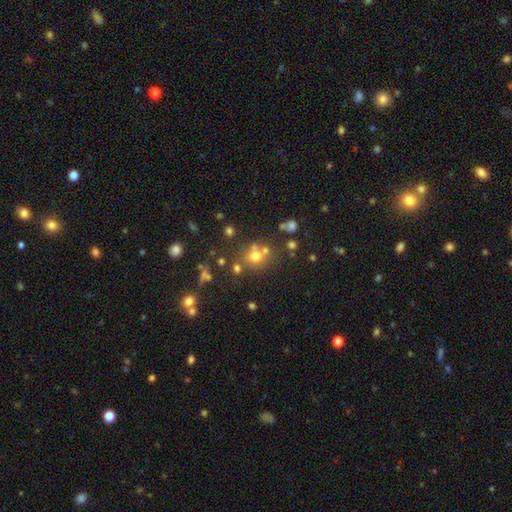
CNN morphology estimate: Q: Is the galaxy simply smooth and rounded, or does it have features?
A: smooth — 63%.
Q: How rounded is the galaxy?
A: round — 85%.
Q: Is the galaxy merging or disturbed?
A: none — 62%.